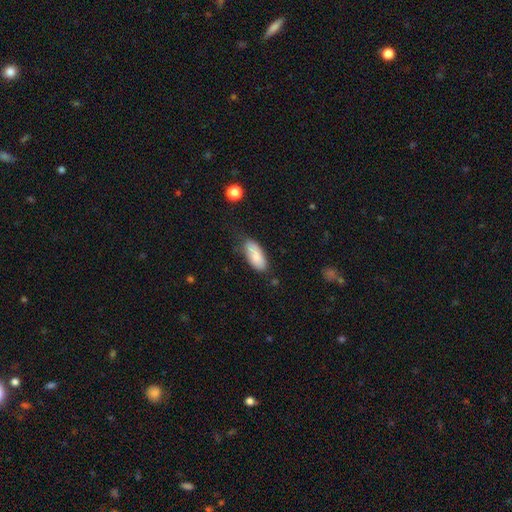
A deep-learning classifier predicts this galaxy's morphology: type=smooth (80%); roundness=in between (87%); merging=none (63%).